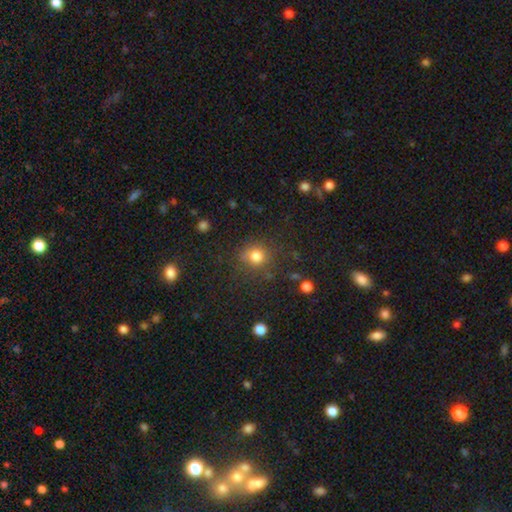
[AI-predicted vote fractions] smooth-or-featured: smooth: 80% | star or artifact: 14% | featured or disk: 6%
  how-rounded: round: 87% | in between: 12% | cigar-shaped: 1%
  merging: none: 80% | minor disturbance: 12% | major disturbance: 5% | merger: 3%